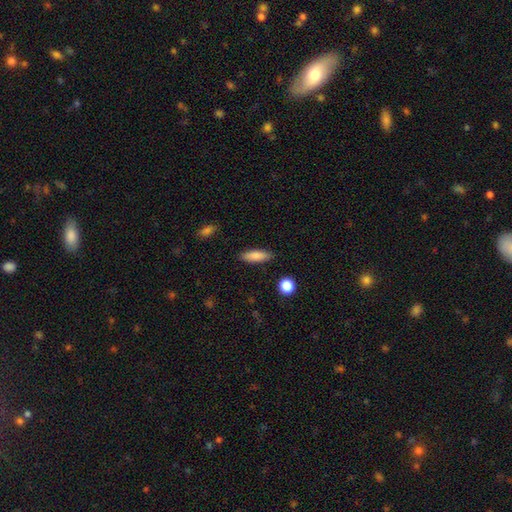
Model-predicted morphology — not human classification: smooth_or_featured: smooth (p=0.85) [alt: featured or disk p=0.08]
how_rounded: in between (p=0.51) [alt: cigar-shaped p=0.47]
merging: none (p=0.87) [alt: minor disturbance p=0.09]